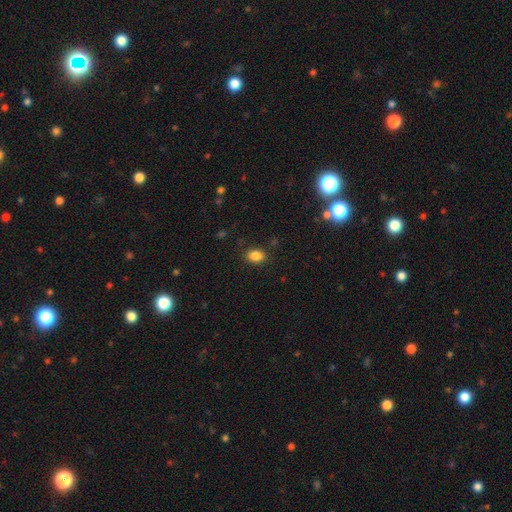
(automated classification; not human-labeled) This appears to be a smooth galaxy with no disk features (85%) that is in between round and cigar-shaped (74%). Merging: none (86%).